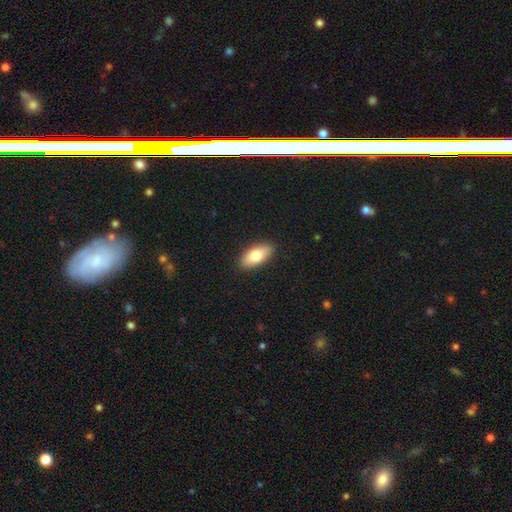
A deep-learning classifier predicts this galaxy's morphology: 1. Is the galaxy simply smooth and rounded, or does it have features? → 77% smooth, 17% featured or disk, 6% star or artifact.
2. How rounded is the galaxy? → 87% in between, 10% cigar-shaped, 3% round.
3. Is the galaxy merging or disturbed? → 90% none, 7% minor disturbance, 2% major disturbance, 1% merger.